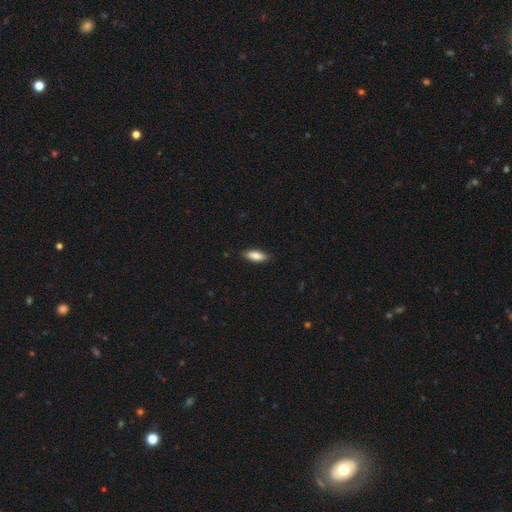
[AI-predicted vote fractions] This appears to be a smooth galaxy with no disk features (84%) that is in between round and cigar-shaped (72%). Merging: none (86%).